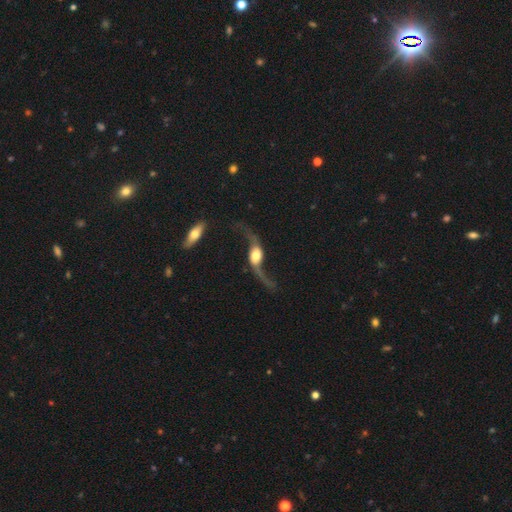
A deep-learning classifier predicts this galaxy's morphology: This is clearly a featured or disk galaxy (85%). It is clearly not viewed edge-on (86%). Bar: possibly no (51%). Spiral arm pattern: clearly yes (94%). Spiral arm count: clearly 2 (93%). Spiral winding: clearly loose (95%). Central bulge: marginally moderate (42%). Merging: possibly none (58%).